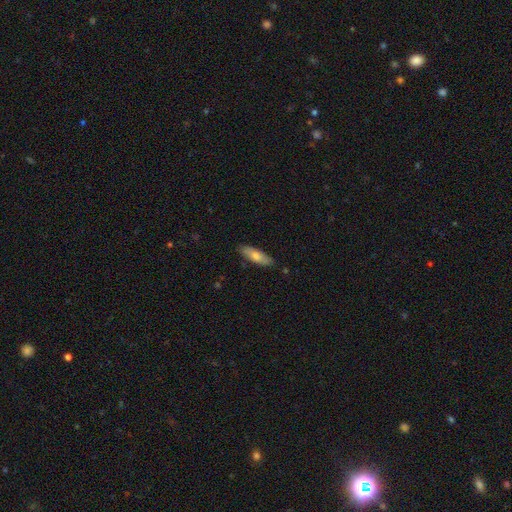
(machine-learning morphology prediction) Overall: smooth (71%). How rounded: in between (49%, tied with cigar-shaped). Merging: none (85%).